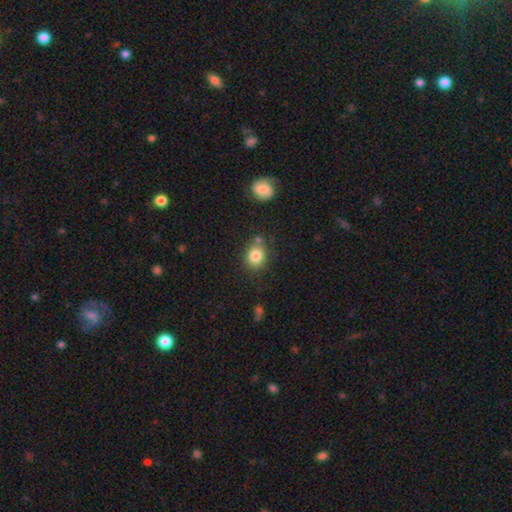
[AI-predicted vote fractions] Smooth or featured? smooth (83%)
How rounded? round (67%)
Merging? none (73%)